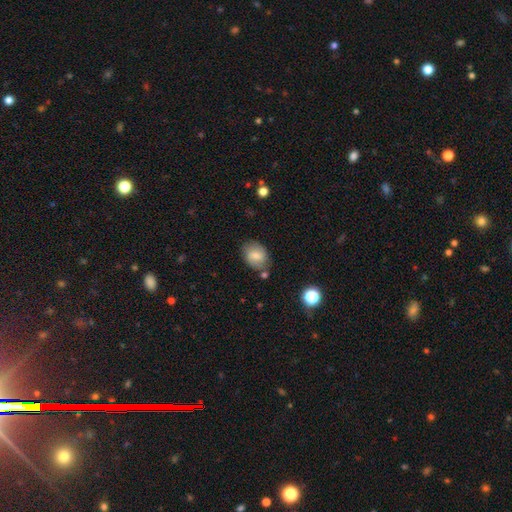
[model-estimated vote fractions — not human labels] smooth_or_featured: smooth (p=0.70) [alt: featured or disk p=0.21]
how_rounded: in between (p=0.66) [alt: round p=0.33]
merging: none (p=0.71) [alt: minor disturbance p=0.18]